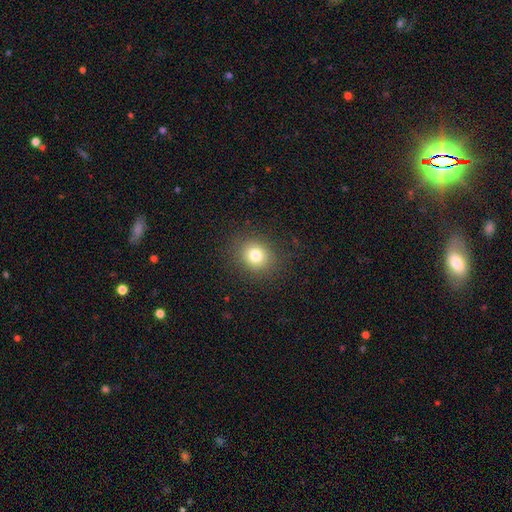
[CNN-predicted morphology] This appears to be a smooth galaxy with no disk features (78%) that is round (78%). Merging: none (89%).